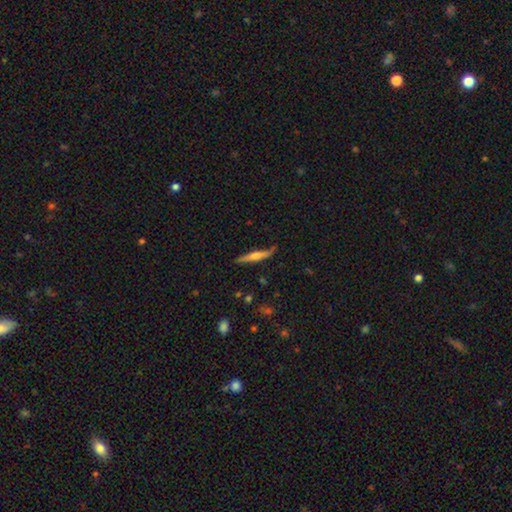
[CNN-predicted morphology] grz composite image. It shows a featured or disk galaxy (53%) viewed edge-on (95%) with a rounded central bulge (71%). Merging: none (80%).